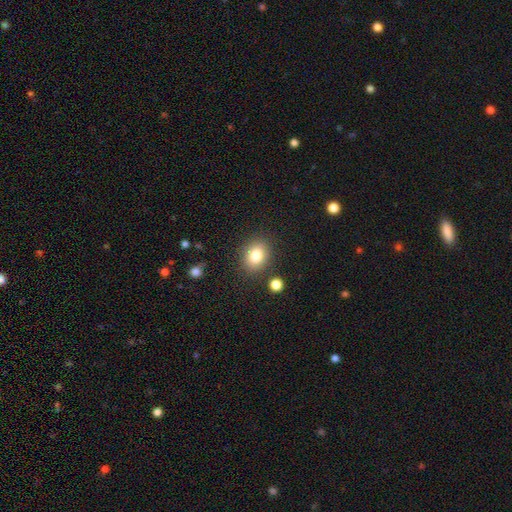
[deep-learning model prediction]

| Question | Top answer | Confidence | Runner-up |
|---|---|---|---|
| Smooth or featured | smooth | 81% | star or artifact (10%) |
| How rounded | in between | 56% | round (43%) |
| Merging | none | 84% | minor disturbance (9%) |